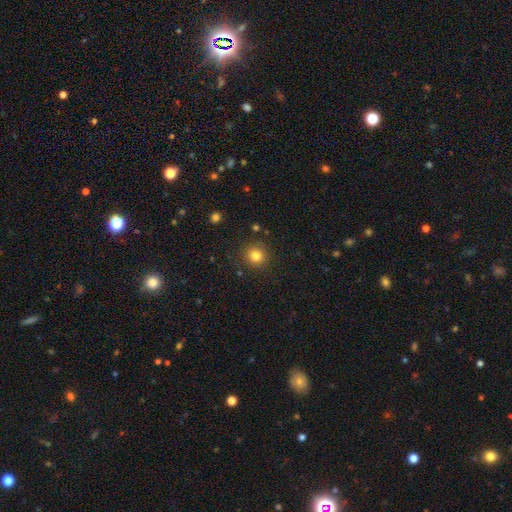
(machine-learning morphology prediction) smooth_or_featured: smooth (p=0.82) [alt: star or artifact p=0.12]
how_rounded: round (p=0.91) [alt: in between p=0.08]
merging: none (p=0.88) [alt: minor disturbance p=0.07]